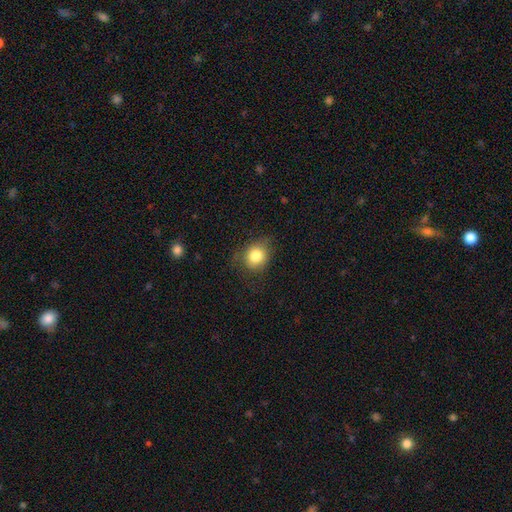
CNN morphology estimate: smooth_or_featured: smooth (p=0.81) [alt: star or artifact p=0.10]
how_rounded: round (p=0.73) [alt: in between p=0.26]
merging: none (p=0.74) [alt: minor disturbance p=0.19]